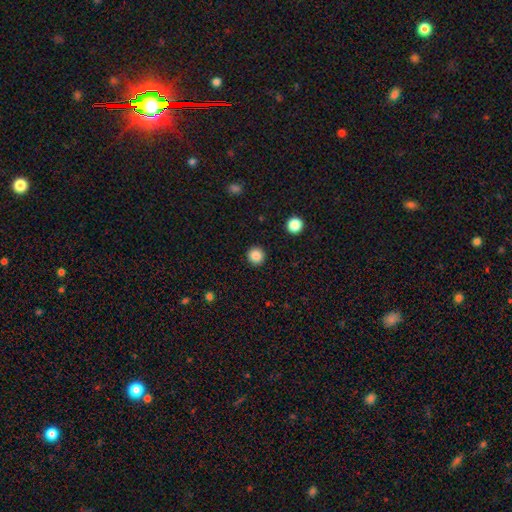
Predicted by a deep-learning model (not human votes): smooth_or_featured: smooth (p=0.86) [alt: star or artifact p=0.11]
how_rounded: round (p=0.96) [alt: in between p=0.03]
merging: none (p=0.92) [alt: minor disturbance p=0.05]